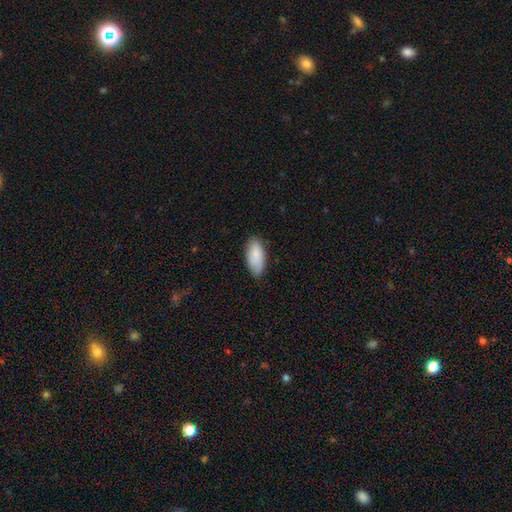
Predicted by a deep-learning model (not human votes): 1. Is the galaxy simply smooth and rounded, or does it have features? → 86% smooth, 8% featured or disk, 6% star or artifact.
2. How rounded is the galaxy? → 91% in between, 7% cigar-shaped, 2% round.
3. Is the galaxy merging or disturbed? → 78% none, 18% minor disturbance, 3% major disturbance, 1% merger.